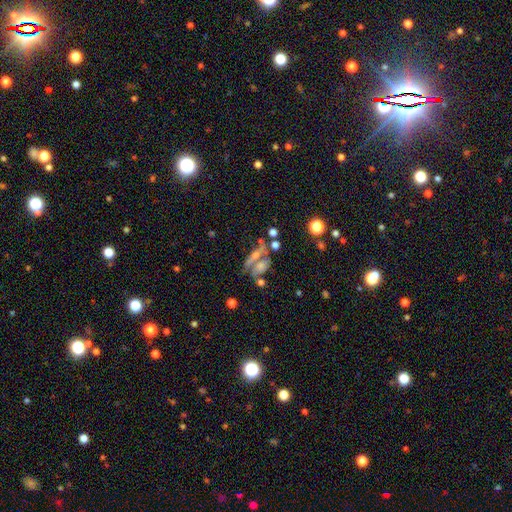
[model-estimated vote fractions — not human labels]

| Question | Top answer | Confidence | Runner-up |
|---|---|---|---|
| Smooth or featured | featured or disk | 47% | smooth (29%) |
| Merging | none | 40% | merger (31%) |